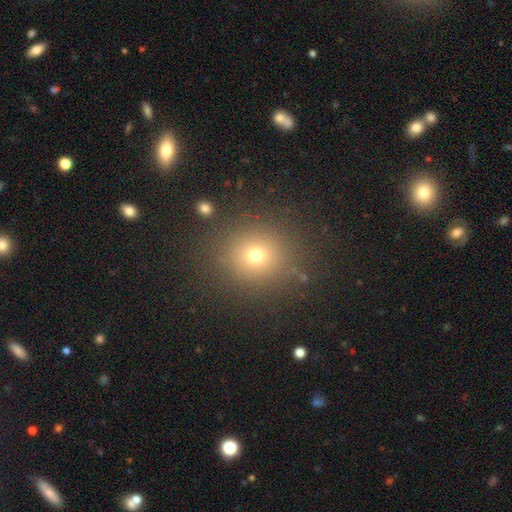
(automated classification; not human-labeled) Smooth or featured? Predicted: smooth (p=0.70). How rounded? Predicted: round (p=0.87). Merging? Predicted: none (p=0.87).